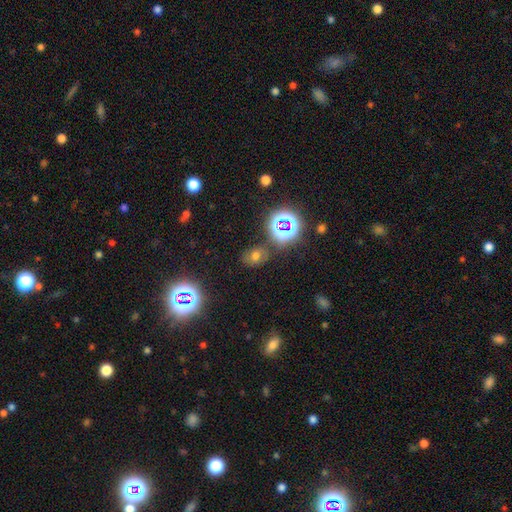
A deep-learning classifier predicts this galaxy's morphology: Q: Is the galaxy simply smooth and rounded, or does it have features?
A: smooth — 57%.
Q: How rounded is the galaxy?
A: in between — 60%.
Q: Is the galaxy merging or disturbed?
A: none — 74%.